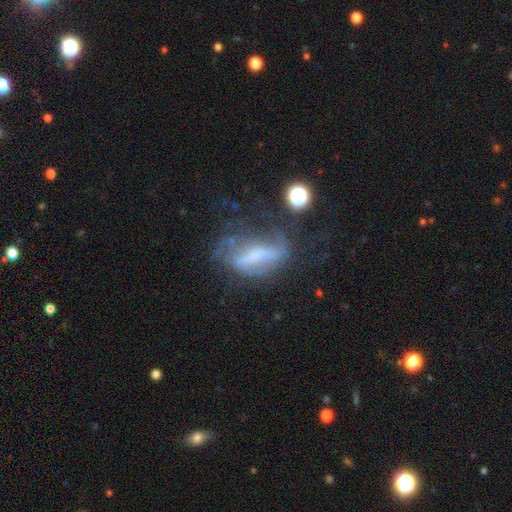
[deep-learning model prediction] Smooth or featured?
  - featured or disk: 60% *
  - smooth: 26%
  - star or artifact: 14%
Edge-on disk?
  - no: 83% *
  - yes: 17%
Merging?
  - major disturbance: 35% *
  - none: 33%
  - minor disturbance: 23%
  - merger: 9%